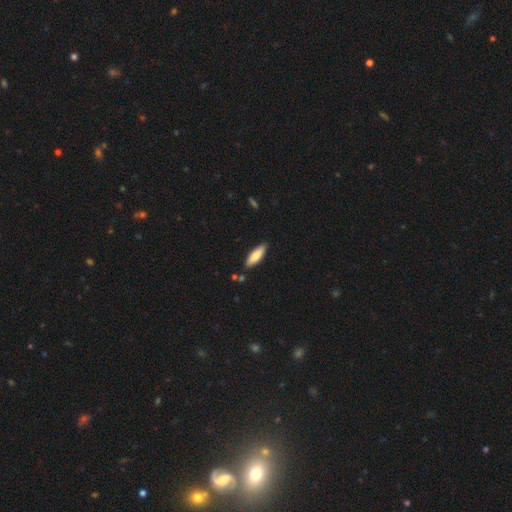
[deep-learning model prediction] Morphology: type=smooth (78%); roundness=cigar-shaped (50%); merging=none (85%).